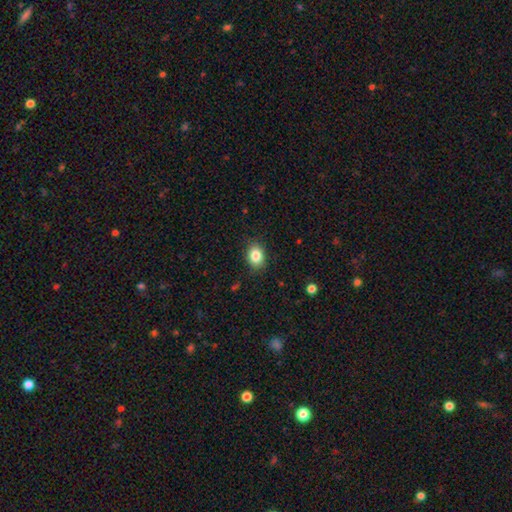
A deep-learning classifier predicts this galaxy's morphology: A smooth galaxy with no disk features (85%) that is in between round and cigar-shaped (65%). Merging: none (87%).